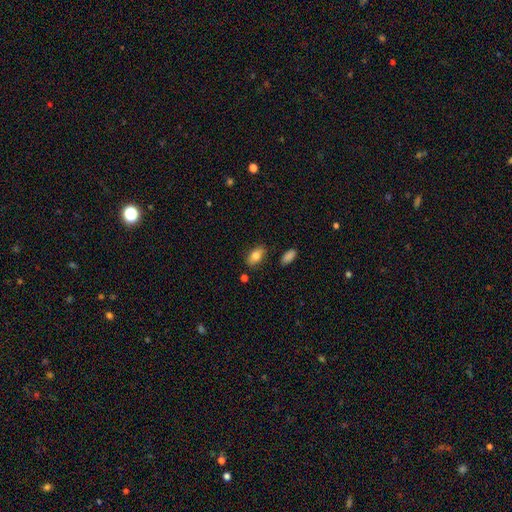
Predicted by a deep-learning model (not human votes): smooth 81%, featured or disk 11%, star or artifact 8%. Down the decision tree: how rounded — in between (89%); merging — none (81%).